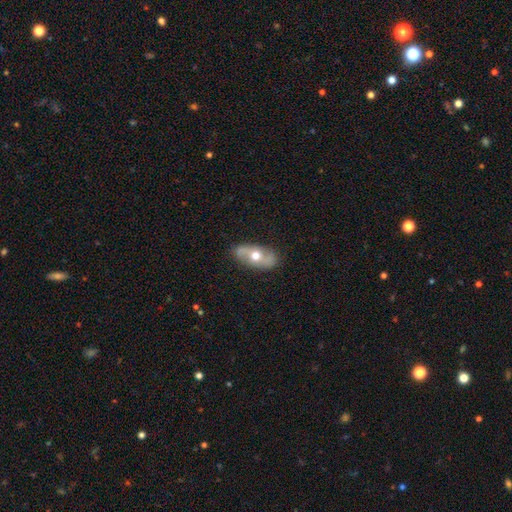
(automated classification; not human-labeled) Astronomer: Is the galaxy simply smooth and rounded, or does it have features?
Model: featured or disk — 56% (runner-up: smooth, 38%).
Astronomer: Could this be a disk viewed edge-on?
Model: no — 83%.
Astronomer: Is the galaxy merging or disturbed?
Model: none — 80%.